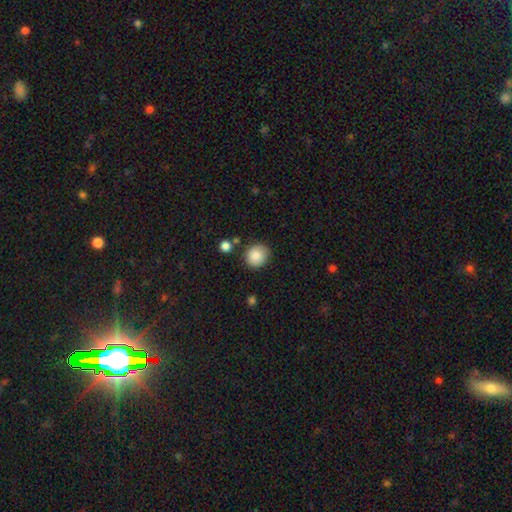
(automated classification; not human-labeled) Overall: smooth (86%). How rounded: round (84%). Merging: none (82%).